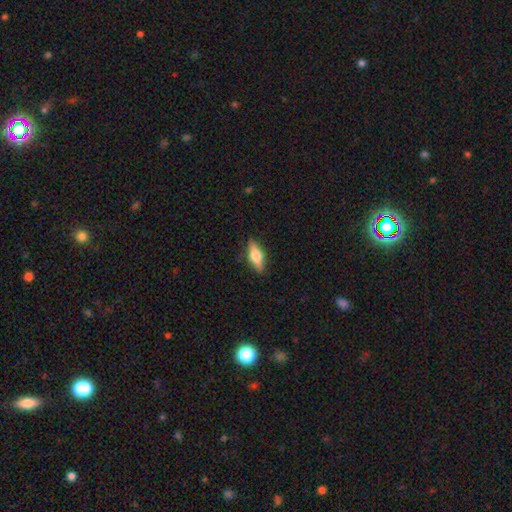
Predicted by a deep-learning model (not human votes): Smooth or featured? Predicted: smooth (p=0.53). How rounded? Predicted: in between (p=0.59). Merging? Predicted: none (p=0.86).